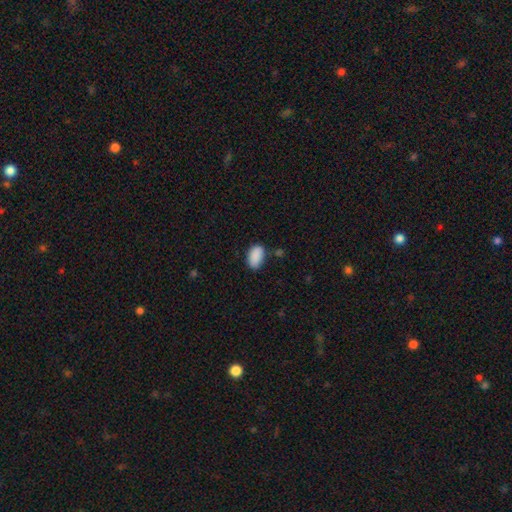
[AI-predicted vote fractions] Q: Smooth or featured?
A: smooth (89%); runner-up: star or artifact (7%)
Q: How rounded?
A: in between (93%); runner-up: round (5%)
Q: Merging?
A: none (73%); runner-up: minor disturbance (19%)